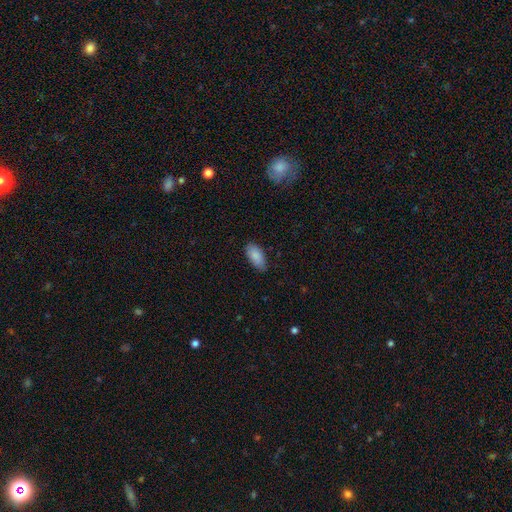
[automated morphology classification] smooth-or-featured: smooth: 88% | star or artifact: 6% | featured or disk: 6%
  how-rounded: in between: 92% | cigar-shaped: 6% | round: 2%
  merging: none: 80% | minor disturbance: 16% | major disturbance: 3% | merger: 1%